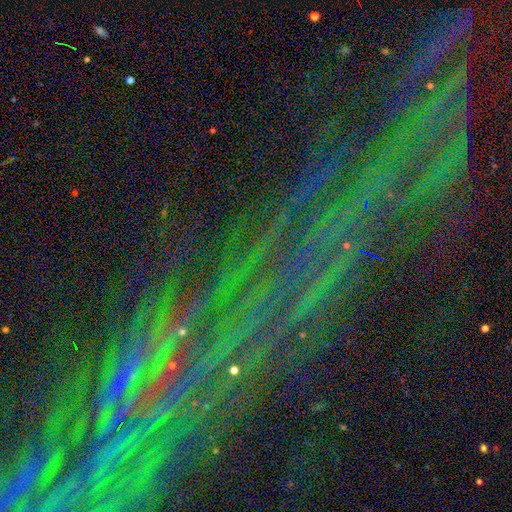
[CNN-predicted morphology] This is clearly a star or artifact rather than a galaxy (82%).